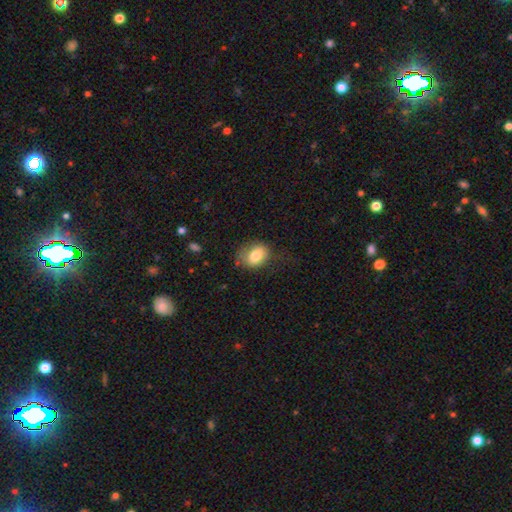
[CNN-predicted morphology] This is clearly a smooth galaxy (80%). How rounded: likely in between (65%). Merging: possibly none (59%).